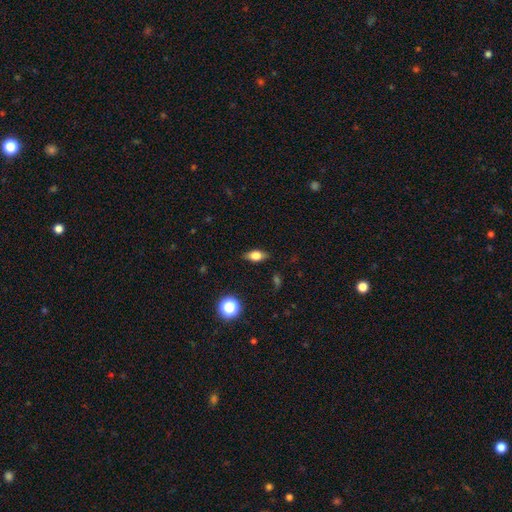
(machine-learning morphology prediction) Smooth or featured: smooth — 74% (featured or disk — 16%)
How rounded: in between — 80% (round — 10%)
Merging: none — 85% (minor disturbance — 11%)